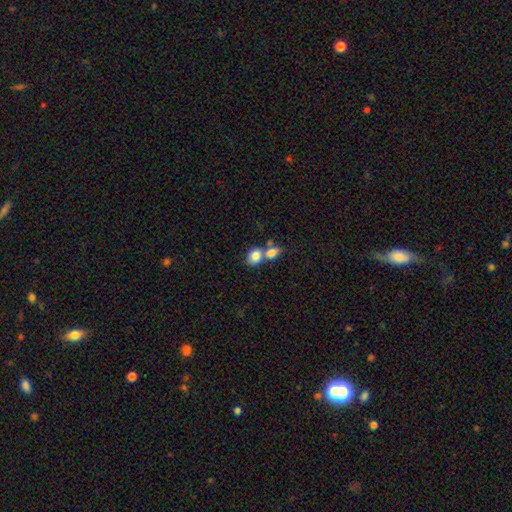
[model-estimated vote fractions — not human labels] Smooth or featured? smooth (81%)
How rounded? in between (60%)
Merging? merger (59%)